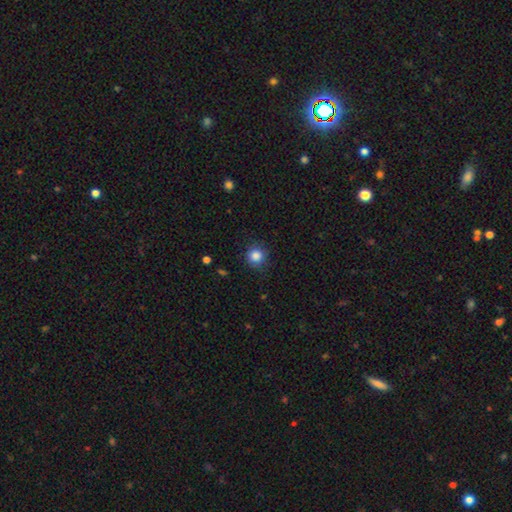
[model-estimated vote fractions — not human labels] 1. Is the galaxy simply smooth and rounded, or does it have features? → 85% smooth, 10% star or artifact, 4% featured or disk.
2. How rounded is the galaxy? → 91% round, 8% in between, 1% cigar-shaped.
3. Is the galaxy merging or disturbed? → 84% none, 12% minor disturbance, 3% major disturbance, 1% merger.